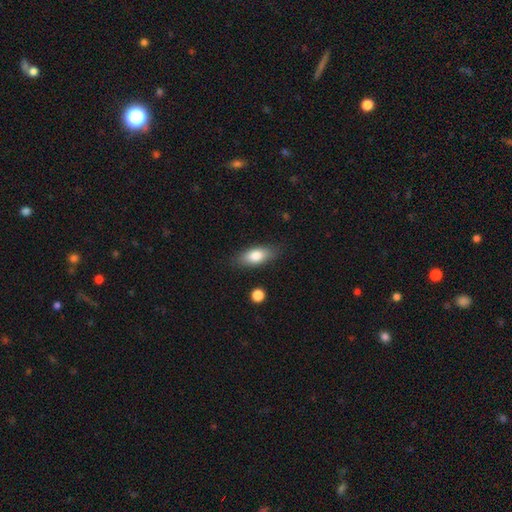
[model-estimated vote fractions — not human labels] smooth_or_featured: smooth (p=0.79) [alt: featured or disk p=0.15]
how_rounded: in between (p=0.81) [alt: cigar-shaped p=0.15]
merging: none (p=0.83) [alt: minor disturbance p=0.13]